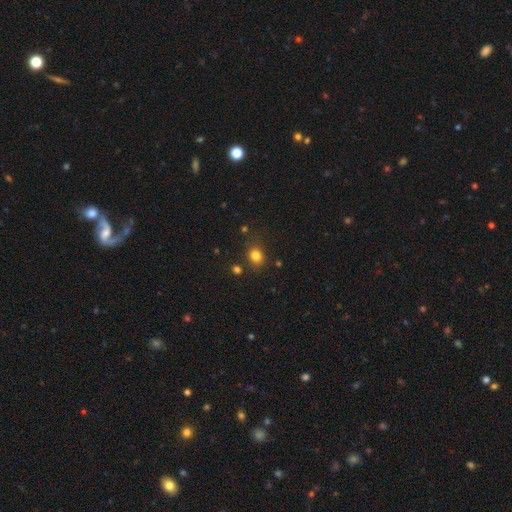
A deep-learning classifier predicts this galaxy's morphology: This is clearly a smooth galaxy (81%). How rounded: possibly round (56%). Merging: likely none (78%).